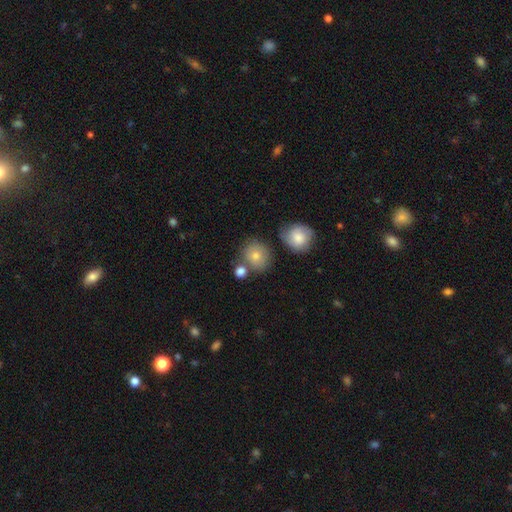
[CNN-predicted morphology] A smooth galaxy with no disk features (78%) that is round (80%).

Vote fractions:
- Smooth or featured? smooth: 78% / featured or disk: 13% / star or artifact: 9%
- How rounded? round: 80% / in between: 19% / cigar-shaped: 1%
- Merging? none: 65% / merger: 17% / minor disturbance: 14% / major disturbance: 4%